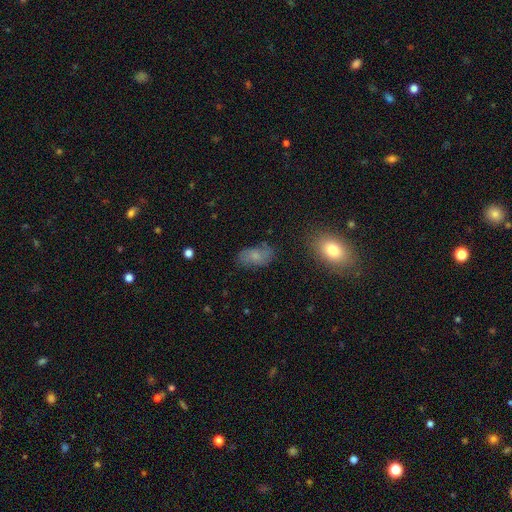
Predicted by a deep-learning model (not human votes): smooth 63%, featured or disk 25%, star or artifact 11%. Down the decision tree: how rounded — in between (91%); merging — none (70%).